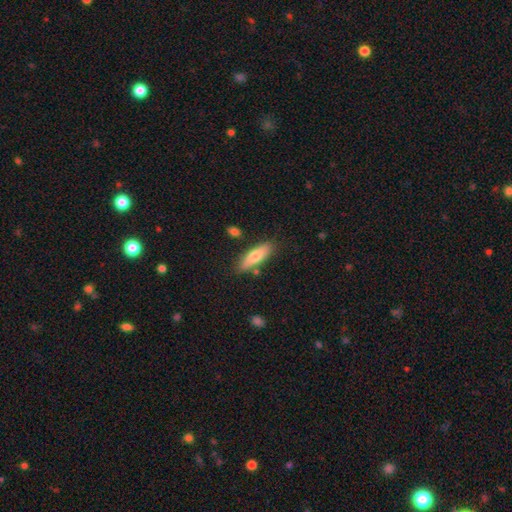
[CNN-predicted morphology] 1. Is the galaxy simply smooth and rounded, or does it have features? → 70% smooth, 24% featured or disk, 6% star or artifact.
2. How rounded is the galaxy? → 49% in between (tied), 49% cigar-shaped (tied), 2% round.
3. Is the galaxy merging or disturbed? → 78% none, 14% minor disturbance, 5% merger, 3% major disturbance.